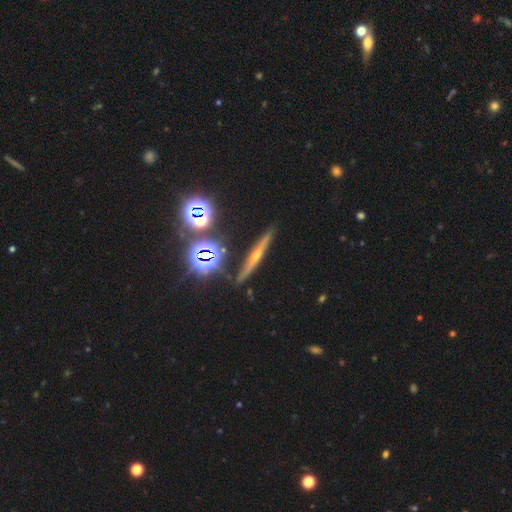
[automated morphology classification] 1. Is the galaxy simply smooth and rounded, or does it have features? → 56% featured or disk, 24% star or artifact, 20% smooth.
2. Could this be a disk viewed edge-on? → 93% yes, 7% no.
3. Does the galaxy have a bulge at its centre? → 78% rounded, 16% none, 6% boxy.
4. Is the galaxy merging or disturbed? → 87% none, 9% minor disturbance, 2% merger, 2% major disturbance.